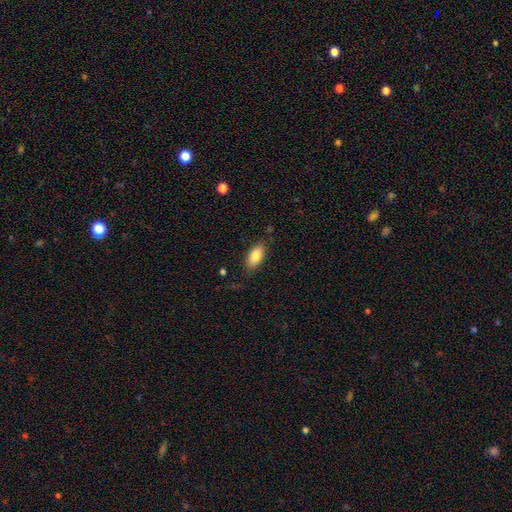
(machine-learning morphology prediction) Smooth or featured: smooth — 82% (featured or disk — 11%)
How rounded: in between — 89% (cigar-shaped — 8%)
Merging: none — 81% (minor disturbance — 14%)